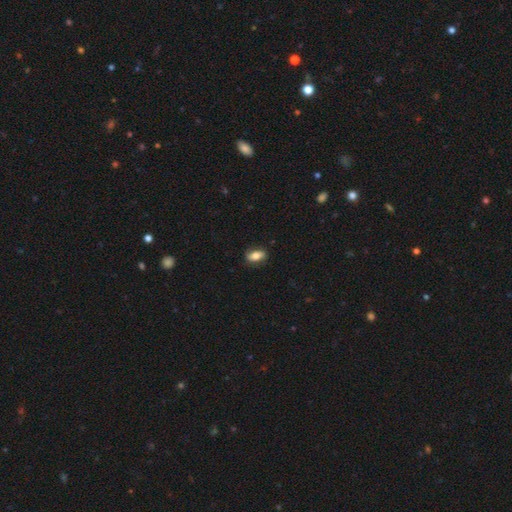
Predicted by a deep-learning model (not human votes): Smooth or featured? Predicted: smooth (p=0.75). How rounded? Predicted: in between (p=0.86). Merging? Predicted: none (p=0.80).